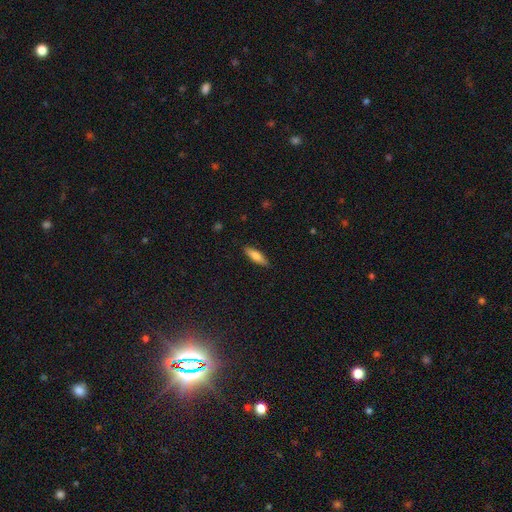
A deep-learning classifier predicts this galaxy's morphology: smooth-or-featured: smooth: 72% | featured or disk: 22% | star or artifact: 6%
  how-rounded: cigar-shaped: 59% | in between: 39% | round: 2%
  merging: none: 88% | minor disturbance: 9% | major disturbance: 2% | merger: 1%